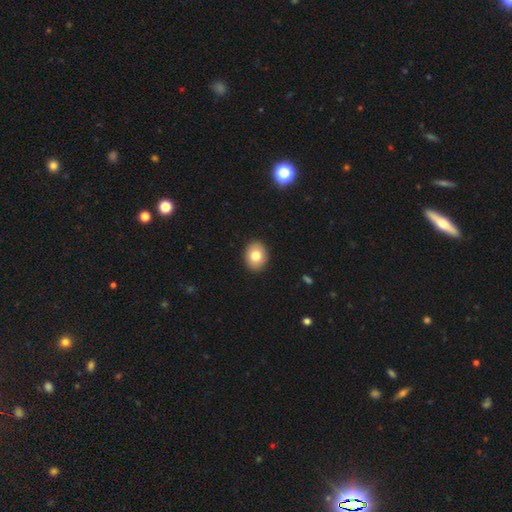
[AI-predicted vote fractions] This is likely a smooth galaxy (79%). How rounded: possibly in between (50%). Merging: clearly none (91%).